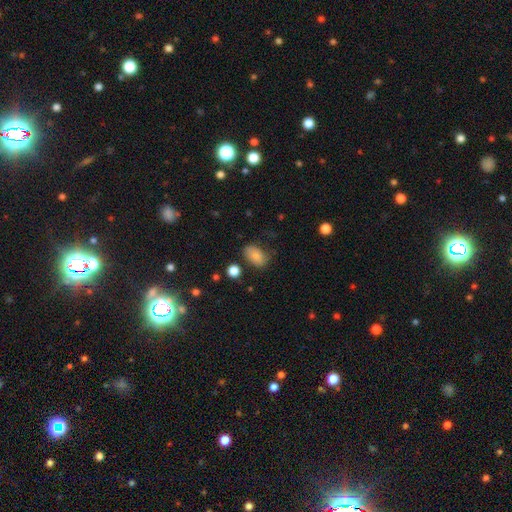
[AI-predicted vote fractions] smooth_or_featured: smooth (p=0.81) [alt: star or artifact p=0.09]
how_rounded: in between (p=0.88) [alt: round p=0.11]
merging: none (p=0.65) [alt: minor disturbance p=0.25]